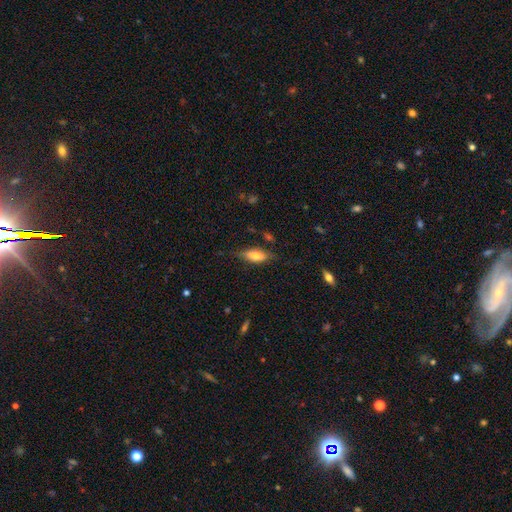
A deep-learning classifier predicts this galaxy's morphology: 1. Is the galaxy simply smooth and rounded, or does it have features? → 68% smooth, 25% featured or disk, 7% star or artifact.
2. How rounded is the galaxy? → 75% in between, 22% cigar-shaped, 3% round.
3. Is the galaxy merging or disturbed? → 71% none, 22% minor disturbance, 5% major disturbance, 2% merger.